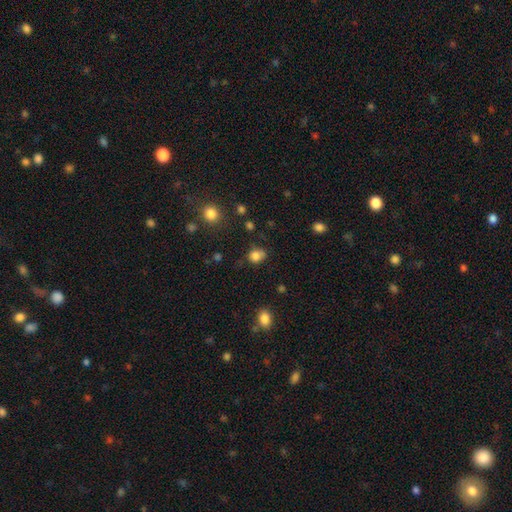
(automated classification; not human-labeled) smooth 80%, star or artifact 13%, featured or disk 8%. Down the decision tree: how rounded — round (64%); merging — none (55%).